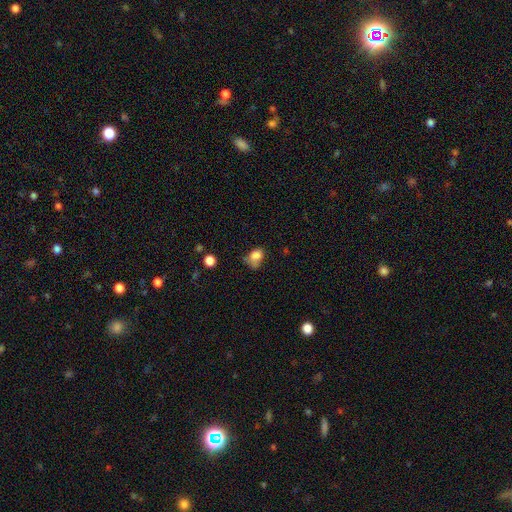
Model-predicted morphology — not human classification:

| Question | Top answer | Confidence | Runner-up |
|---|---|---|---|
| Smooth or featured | smooth | 78% | star or artifact (12%) |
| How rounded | in between | 65% | round (33%) |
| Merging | minor disturbance | 34% | none (33%) |